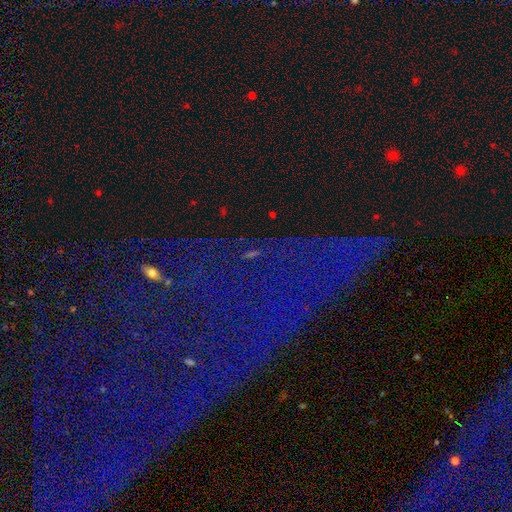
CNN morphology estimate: star or artifact 79%, featured or disk 11%, smooth 10%.